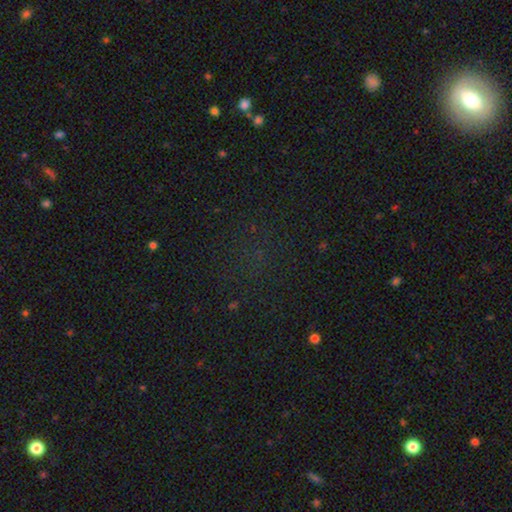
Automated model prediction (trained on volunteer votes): The model was most divided on "smooth or featured": star or artifact: 62%, smooth: 26%, featured or disk: 12%.